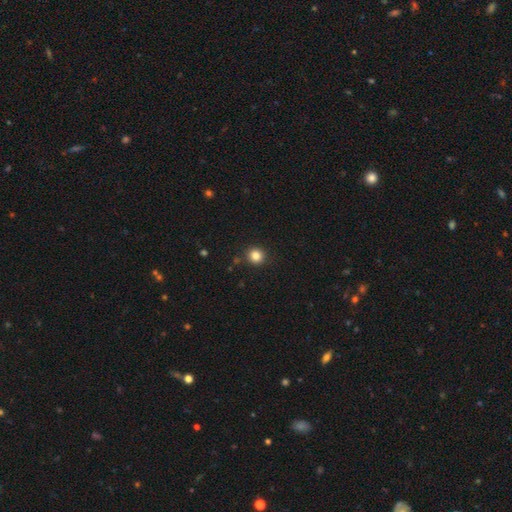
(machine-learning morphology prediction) This is clearly a smooth galaxy (84%). How rounded: clearly round (92%). Merging: clearly none (90%).